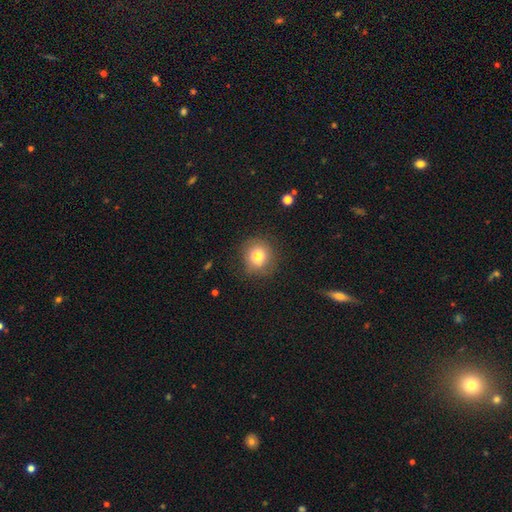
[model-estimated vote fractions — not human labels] This is likely a smooth galaxy (77%). How rounded: clearly round (85%). Merging: likely none (79%).